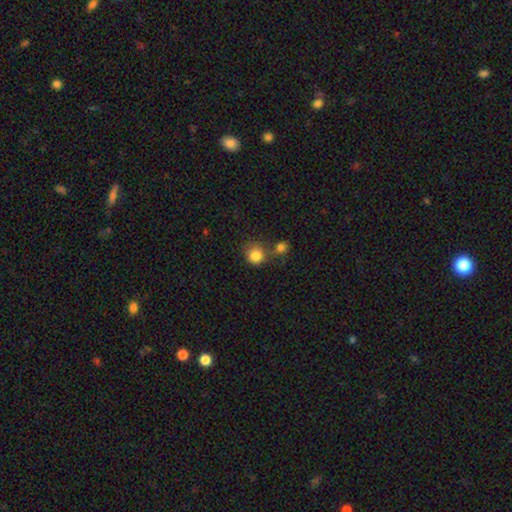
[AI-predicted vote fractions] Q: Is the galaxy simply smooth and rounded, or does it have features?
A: smooth — 84%.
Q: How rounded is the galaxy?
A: round — 86%.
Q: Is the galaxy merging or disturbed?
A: none — 54%.